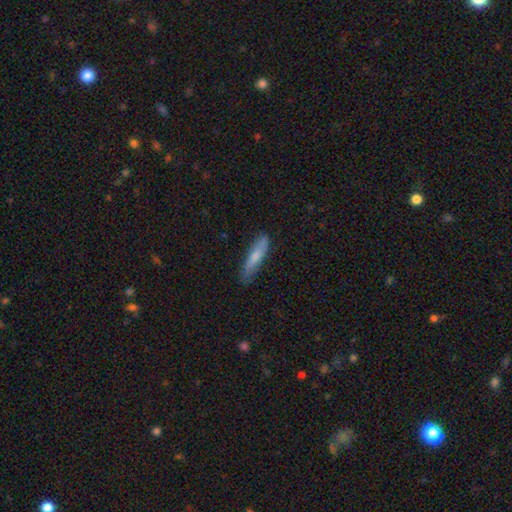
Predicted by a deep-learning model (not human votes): This is likely a smooth galaxy (73%). How rounded: clearly cigar-shaped (84%). Merging: likely none (76%).